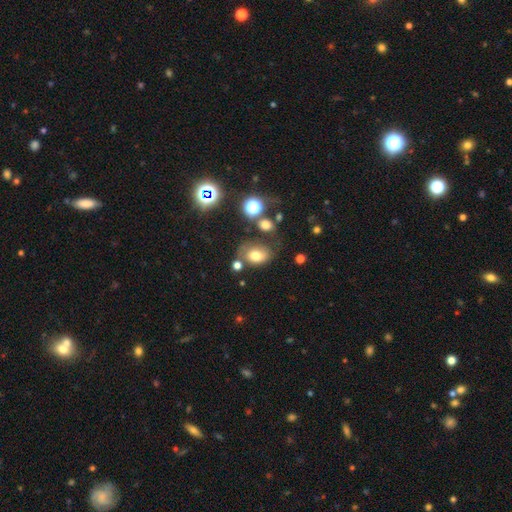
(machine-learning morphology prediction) Overall: smooth (69%). How rounded: in between (70%). Merging: none (54%; minor disturbance 22%).